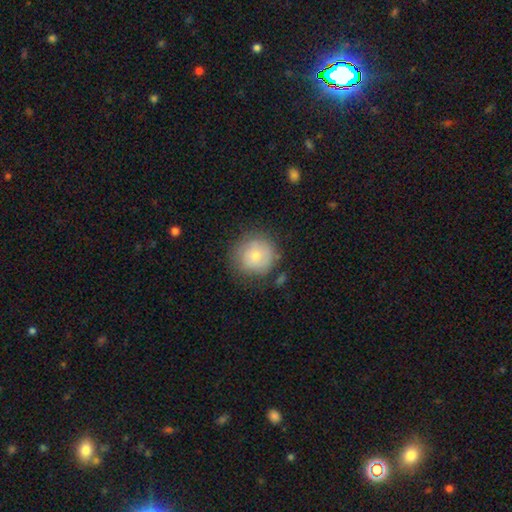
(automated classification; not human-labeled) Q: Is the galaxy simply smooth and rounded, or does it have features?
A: smooth — 70%.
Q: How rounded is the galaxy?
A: round — 93%.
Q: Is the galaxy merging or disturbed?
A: none — 73%.